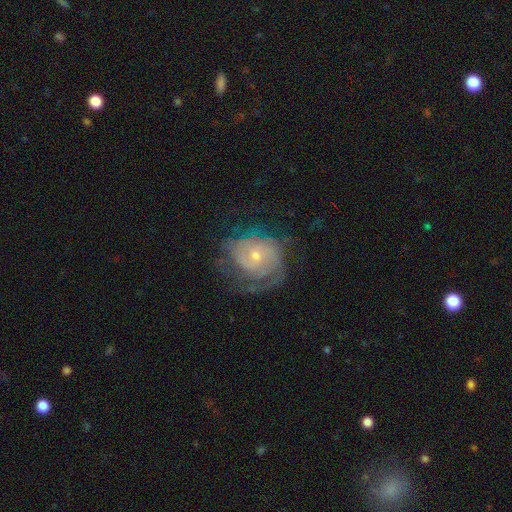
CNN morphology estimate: Smooth or featured? featured or disk (80%)
Edge-on disk? no (97%)
Bar? no (68%)
Spiral arms? yes (92%)
Spiral winding? tight (56%)
Spiral arm count? can't tell (35%)
Bulge size? small (59%)
Merging? none (56%)